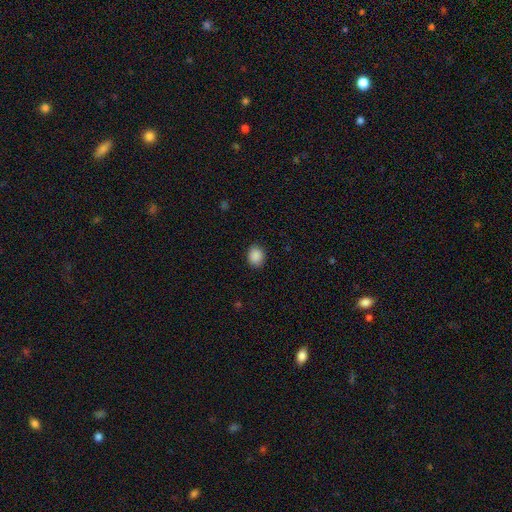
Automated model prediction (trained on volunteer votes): A smooth galaxy with no disk features (89%) that is round (58%).

Vote fractions:
- Smooth or featured? smooth: 89% / star or artifact: 9% / featured or disk: 2%
- How rounded? round: 58% / in between: 41% / cigar-shaped: 1%
- Merging? none: 89% / minor disturbance: 8% / major disturbance: 2% / merger: 1%